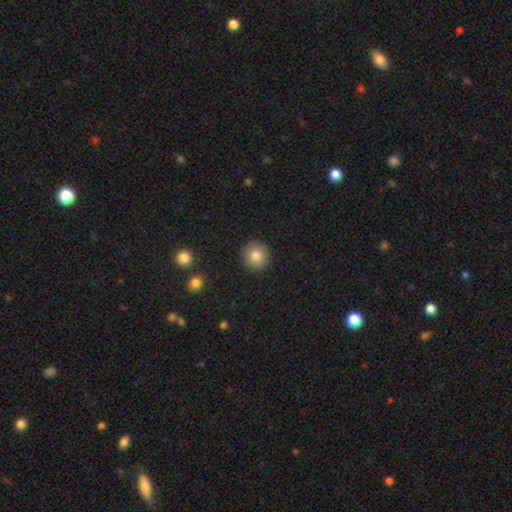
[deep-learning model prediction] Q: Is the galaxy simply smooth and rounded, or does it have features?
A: smooth — 82%.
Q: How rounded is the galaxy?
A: round — 94%.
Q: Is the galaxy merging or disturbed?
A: none — 92%.